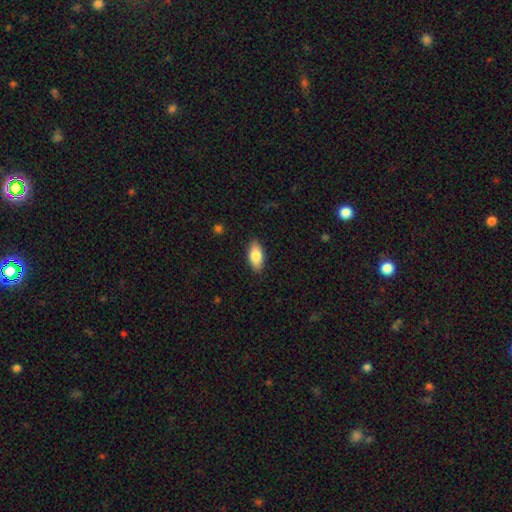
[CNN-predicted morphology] A smooth galaxy with no disk features (83%) that is in between round and cigar-shaped (90%). Merging: none (87%).